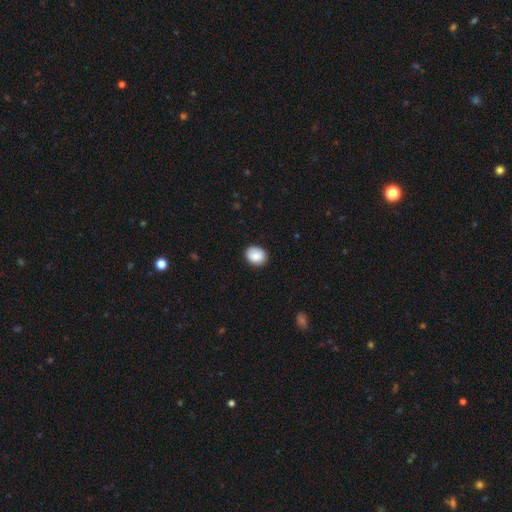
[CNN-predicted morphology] Smooth or featured: smooth — 87% (star or artifact — 7%)
How rounded: in between — 50% (round — 49%)
Merging: none — 86% (minor disturbance — 11%)